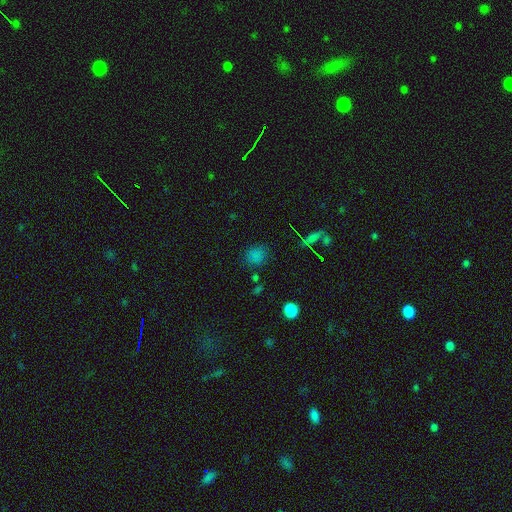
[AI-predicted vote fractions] This appears to be a smooth galaxy with no disk features (74%) that is round (77%). Merging: none (81%).